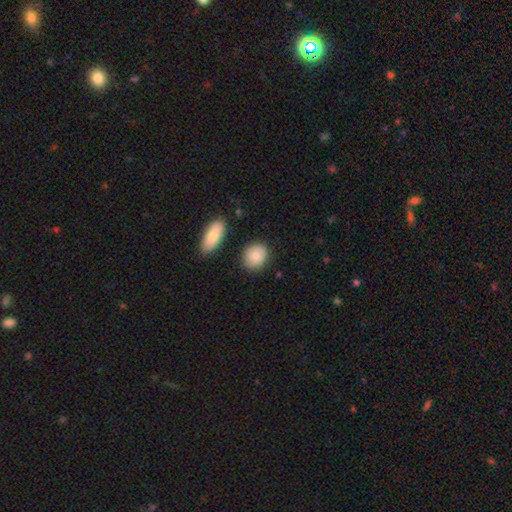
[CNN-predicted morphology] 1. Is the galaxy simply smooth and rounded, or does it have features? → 87% smooth, 7% featured or disk, 6% star or artifact.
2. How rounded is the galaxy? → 67% round, 32% in between, 2% cigar-shaped.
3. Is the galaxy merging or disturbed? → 82% none, 12% minor disturbance, 3% merger, 3% major disturbance.